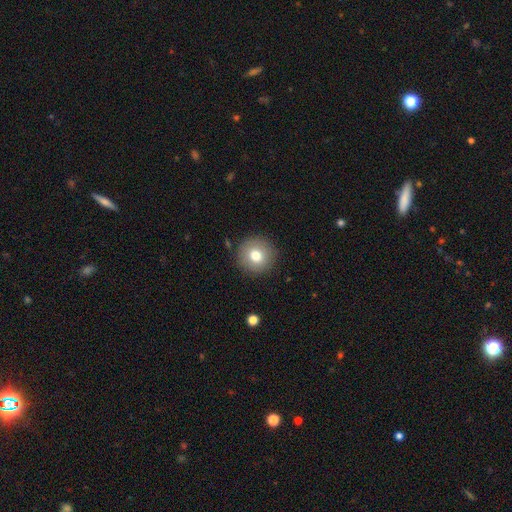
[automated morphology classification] Smooth or featured?
  - smooth: 76% *
  - featured or disk: 14%
  - star or artifact: 10%
How rounded?
  - round: 95% *
  - in between: 4%
  - cigar-shaped: 1%
Merging?
  - none: 90% *
  - minor disturbance: 6%
  - major disturbance: 2%
  - merger: 1%